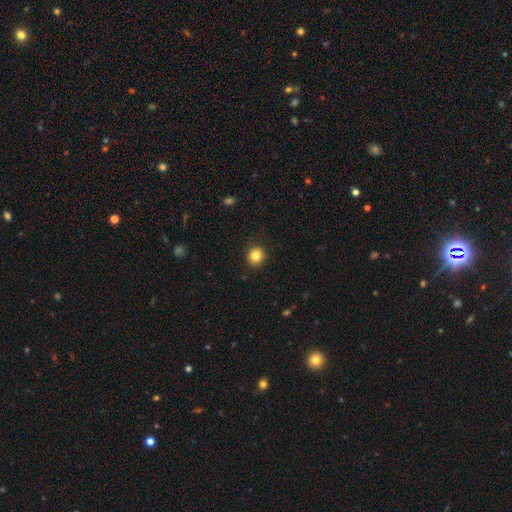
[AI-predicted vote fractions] smooth-or-featured: smooth: 84% | star or artifact: 11% | featured or disk: 6%
  how-rounded: round: 89% | in between: 10% | cigar-shaped: 1%
  merging: none: 91% | minor disturbance: 6% | major disturbance: 2% | merger: 1%